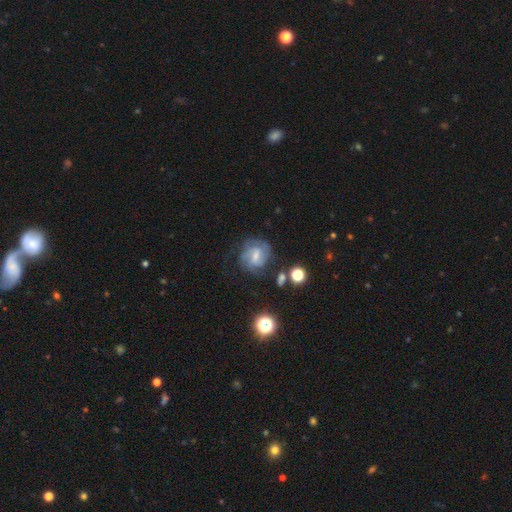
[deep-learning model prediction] Q: Smooth or featured?
A: featured or disk (71%); runner-up: smooth (20%)
Q: Edge-on disk?
A: no (97%); runner-up: yes (3%)
Q: Bar?
A: weak (56%); runner-up: no (23%)
Q: Spiral arms?
A: yes (90%); runner-up: no (10%)
Q: Spiral winding?
A: tight (43%); runner-up: medium (42%)
Q: Spiral arm count?
A: 2 (37%); runner-up: can't tell (30%)
Q: Bulge size?
A: small (44%); runner-up: moderate (38%)
Q: Merging?
A: none (66%); runner-up: minor disturbance (19%)